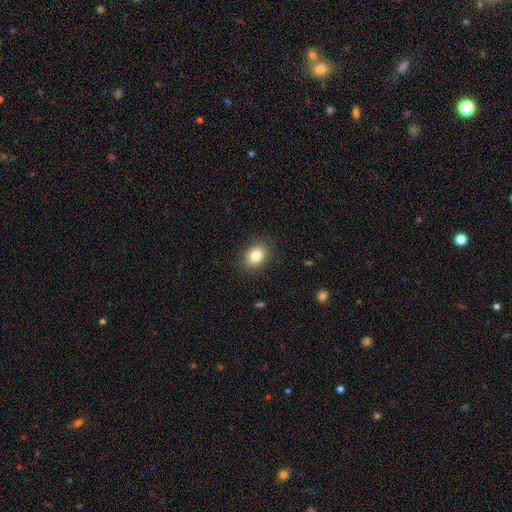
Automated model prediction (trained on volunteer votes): Smooth or featured: smooth — 83% (star or artifact — 9%)
How rounded: in between — 66% (round — 33%)
Merging: none — 88% (minor disturbance — 9%)